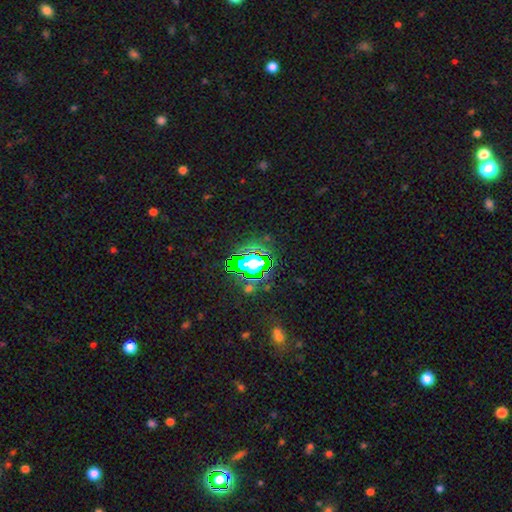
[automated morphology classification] smooth-or-featured: star or artifact: 75% | smooth: 16% | featured or disk: 9%